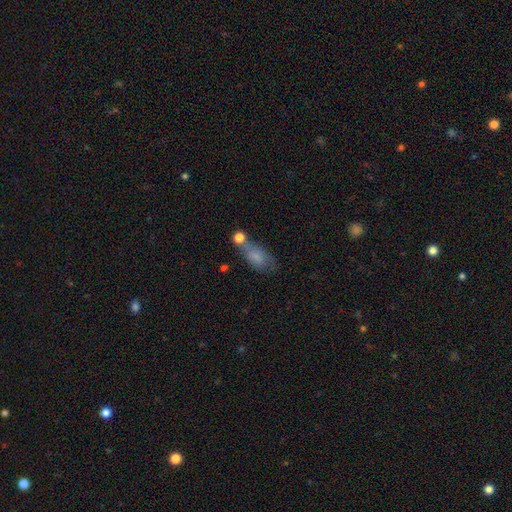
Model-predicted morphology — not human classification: Smooth or featured: smooth — 74% (featured or disk — 16%)
How rounded: in between — 82% (cigar-shaped — 9%)
Merging: none — 36% (merger — 28%)